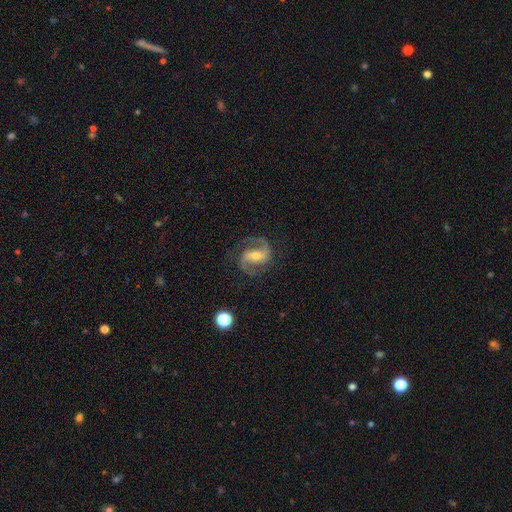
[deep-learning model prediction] Smooth or featured? featured or disk (90%)
Edge-on disk? no (98%)
Bar? weak (40%)
Spiral arms? yes (98%)
Spiral winding? medium (58%)
Spiral arm count? 2 (92%)
Bulge size? moderate (53%)
Merging? none (80%)